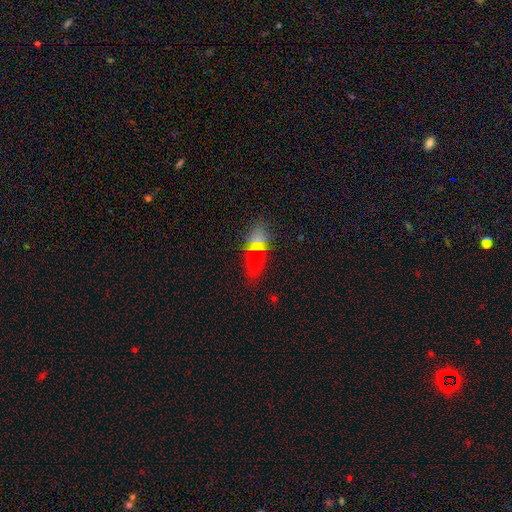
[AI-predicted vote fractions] Smooth or featured: smooth — 67% (star or artifact — 22%)
How rounded: in between — 77% (cigar-shaped — 15%)
Merging: none — 80% (minor disturbance — 13%)